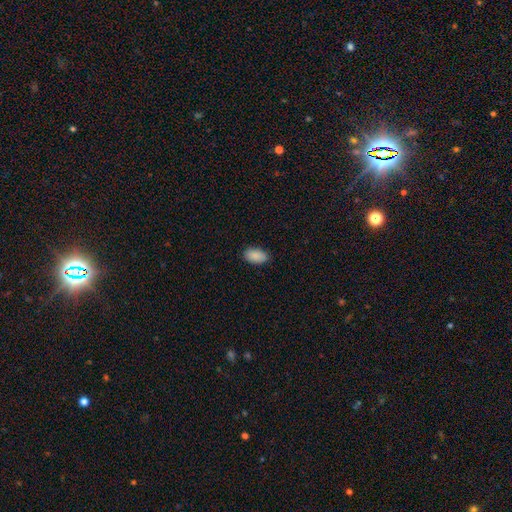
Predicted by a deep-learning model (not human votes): smooth-or-featured: smooth: 89% | star or artifact: 7% | featured or disk: 4%
  how-rounded: in between: 94% | round: 4% | cigar-shaped: 2%
  merging: none: 85% | minor disturbance: 12% | major disturbance: 2% | merger: 1%